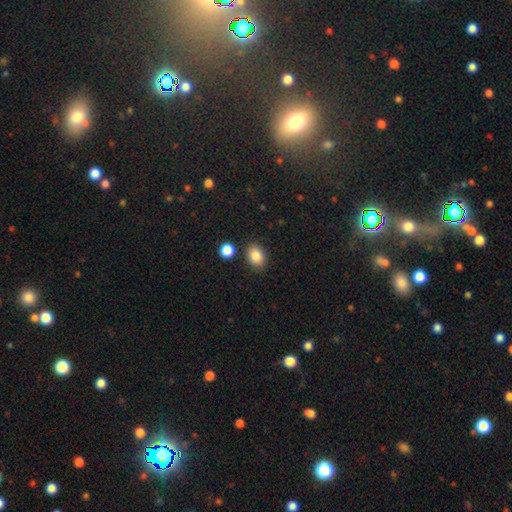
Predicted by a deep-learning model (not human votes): Smooth or featured? smooth (87%)
How rounded? in between (68%)
Merging? none (84%)